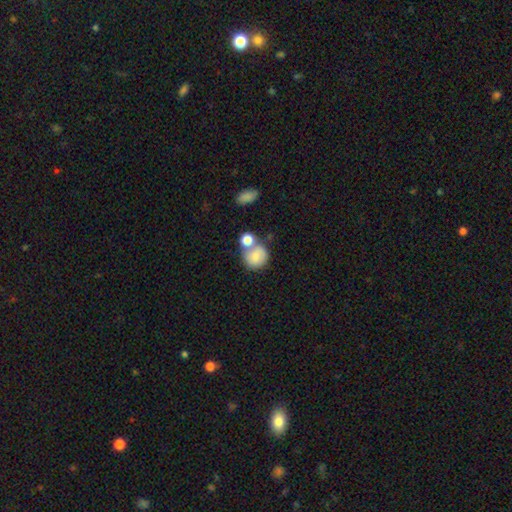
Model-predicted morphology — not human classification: Overall: smooth (74%). How rounded: round (80%). Merging: merger (42%; none 39%).